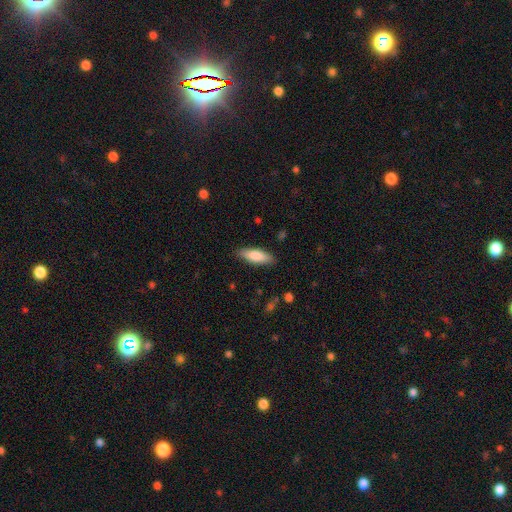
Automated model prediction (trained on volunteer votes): Smooth or featured? Predicted: smooth (p=0.82). How rounded? Predicted: in between (p=0.59). Merging? Predicted: none (p=0.86).